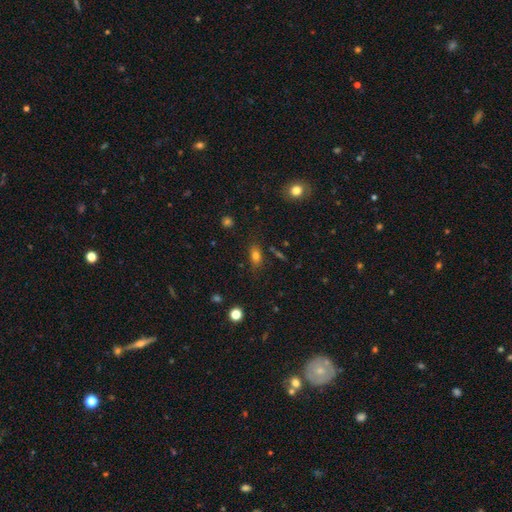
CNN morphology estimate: Overall: smooth (76%). How rounded: in between (80%). Merging: none (78%).